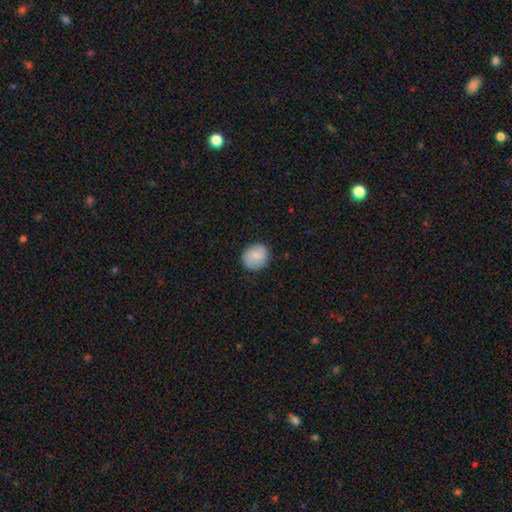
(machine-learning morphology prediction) Overall: smooth (78%). How rounded: round (84%). Merging: none (86%).